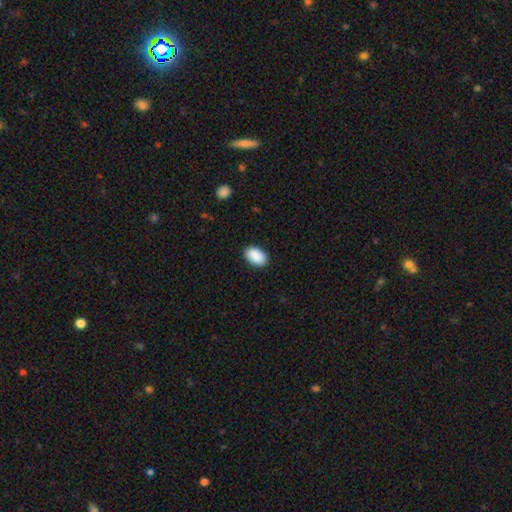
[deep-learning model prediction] smooth-or-featured: smooth: 91% | star or artifact: 6% | featured or disk: 3%
  how-rounded: in between: 92% | round: 6% | cigar-shaped: 1%
  merging: none: 89% | minor disturbance: 8% | major disturbance: 2% | merger: 1%